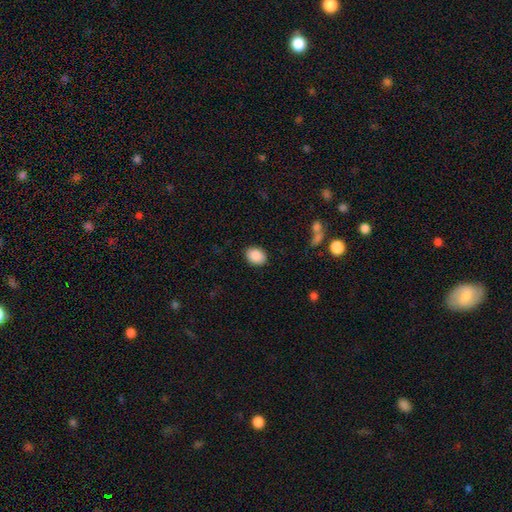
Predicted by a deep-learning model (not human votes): The model was most divided on "how rounded": in between: 67%, round: 32%, cigar-shaped: 1%. More confident: smooth or featured — smooth (90%); merging — none (89%).